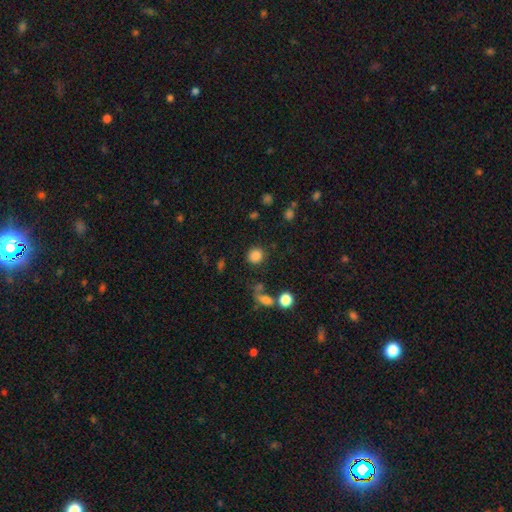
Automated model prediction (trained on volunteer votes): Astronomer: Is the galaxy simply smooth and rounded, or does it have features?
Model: smooth — 84%.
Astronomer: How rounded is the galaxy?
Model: round — 85%.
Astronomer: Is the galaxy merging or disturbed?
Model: none — 83%.